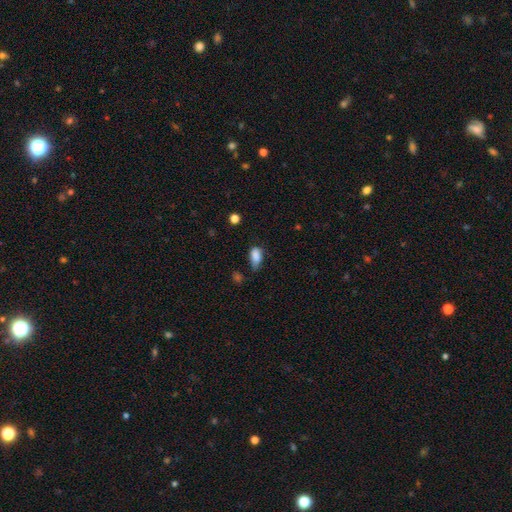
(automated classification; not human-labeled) Smooth or featured: smooth — 84% (star or artifact — 9%)
How rounded: in between — 88% (cigar-shaped — 6%)
Merging: minor disturbance — 42% (none — 38%)